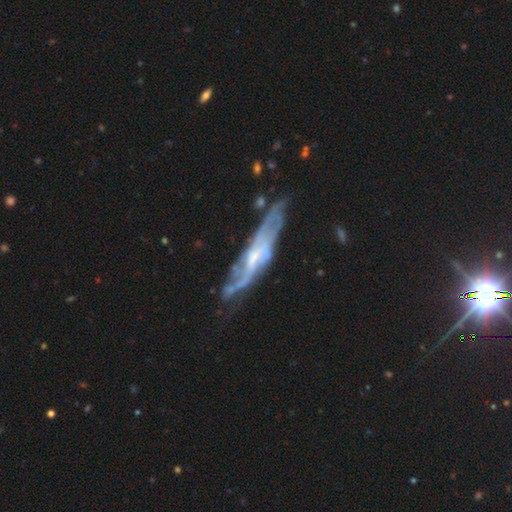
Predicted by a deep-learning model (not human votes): smooth_or_featured: featured or disk (p=0.79) [alt: smooth p=0.15]
disk_edge_on: no (p=0.61) [alt: yes p=0.39]
merging: none (p=0.60) [alt: minor disturbance p=0.23]